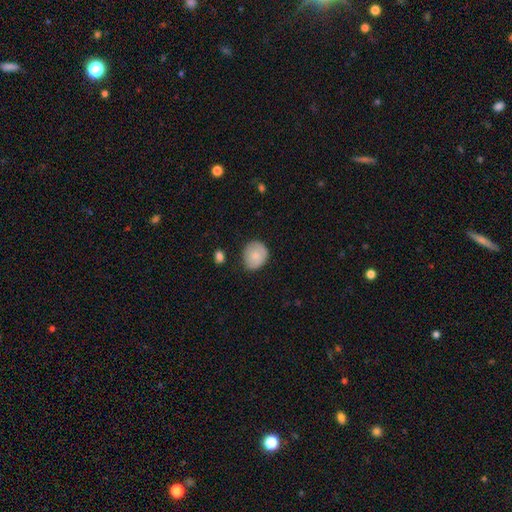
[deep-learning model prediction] Smooth or featured: smooth — 77% (featured or disk — 16%)
How rounded: round — 68% (in between — 31%)
Merging: none — 65% (minor disturbance — 28%)